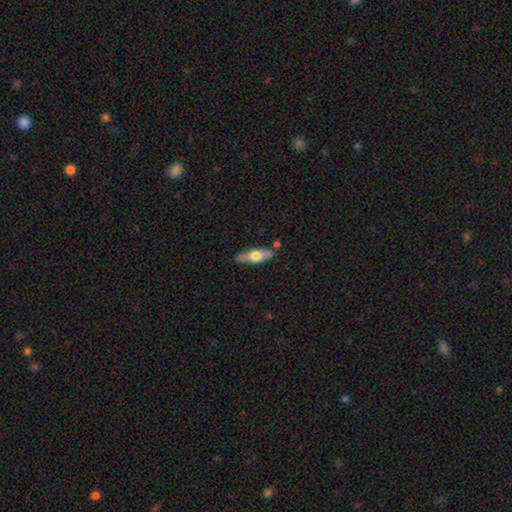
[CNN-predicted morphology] Overall: smooth (51%; featured or disk 44%). How rounded: cigar-shaped (49%; in between 48%). Merging: none (79%).